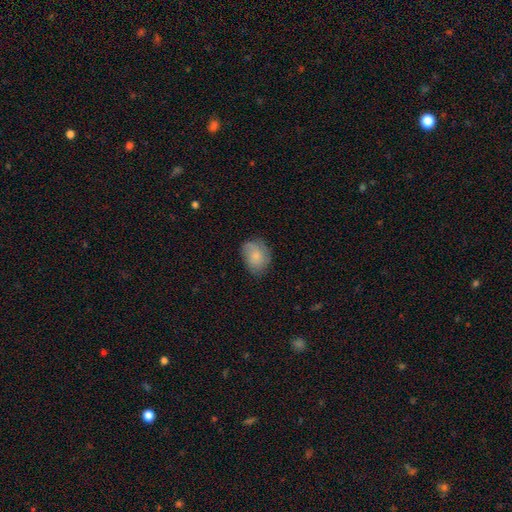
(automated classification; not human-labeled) Smooth or featured? smooth (70%)
How rounded? in between (61%)
Merging? none (65%)